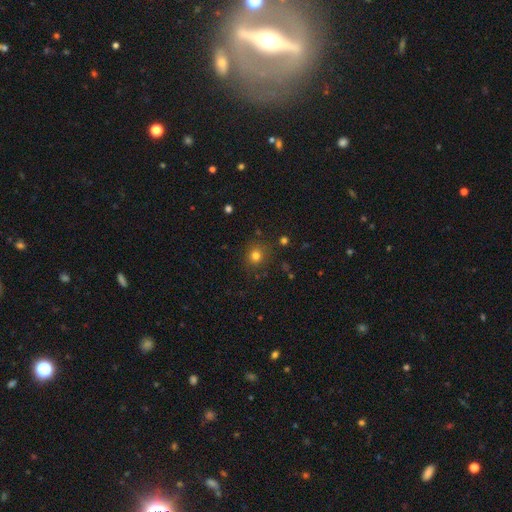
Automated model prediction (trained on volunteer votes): Q: Smooth or featured?
A: smooth (77%); runner-up: star or artifact (16%)
Q: How rounded?
A: round (85%); runner-up: in between (14%)
Q: Merging?
A: none (84%); runner-up: minor disturbance (10%)